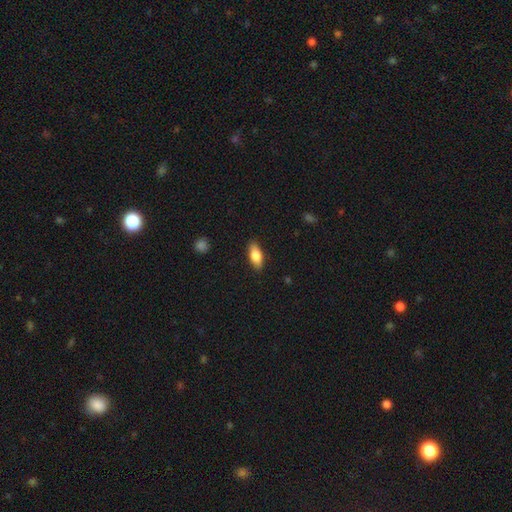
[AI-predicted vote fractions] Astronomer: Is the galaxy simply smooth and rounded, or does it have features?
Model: smooth — 79%.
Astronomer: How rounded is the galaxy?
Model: in between — 82%.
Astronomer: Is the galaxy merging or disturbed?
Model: none — 88%.